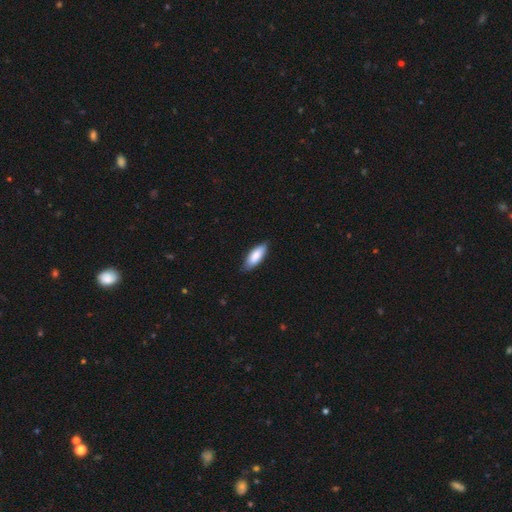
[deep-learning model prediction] A smooth galaxy with no disk features (84%) that is in between round and cigar-shaped (73%).

Vote fractions:
- Smooth or featured? smooth: 84% / featured or disk: 11% / star or artifact: 5%
- How rounded? in between: 73% / cigar-shaped: 25% / round: 2%
- Merging? none: 79% / minor disturbance: 17% / major disturbance: 2% / merger: 1%